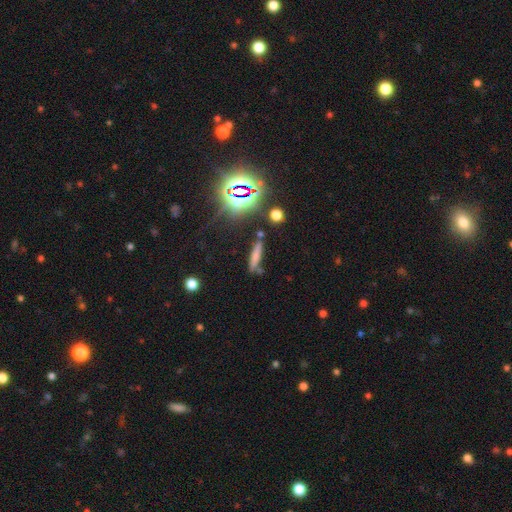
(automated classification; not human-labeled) smooth-or-featured: smooth: 63% | featured or disk: 19% | star or artifact: 19%
  how-rounded: cigar-shaped: 84% | in between: 12% | round: 3%
  merging: none: 75% | minor disturbance: 14% | merger: 8% | major disturbance: 4%